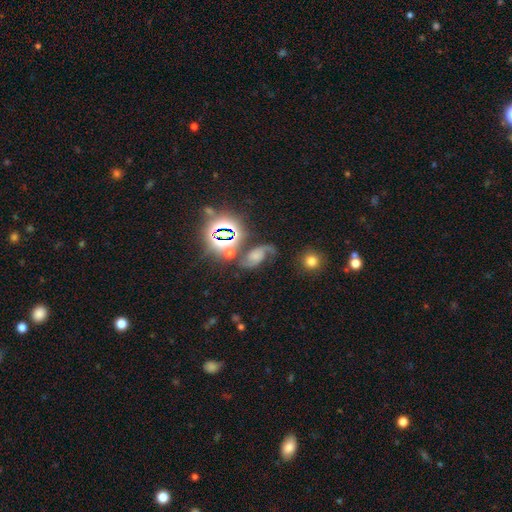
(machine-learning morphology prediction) This appears to be a featured or disk galaxy (60%) with no bar (63%), 2 (79%) loose (52%) spiral arms (92%) and a moderate central bulge (31%). Merging: none (48%).